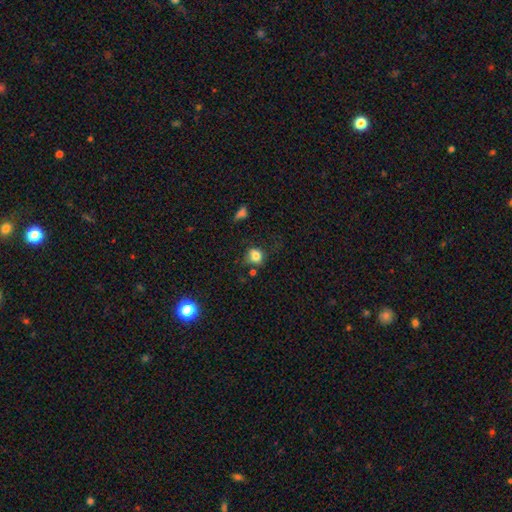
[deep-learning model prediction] Q: Smooth or featured?
A: smooth (81%); runner-up: star or artifact (11%)
Q: How rounded?
A: round (69%); runner-up: in between (30%)
Q: Merging?
A: none (57%); runner-up: minor disturbance (25%)